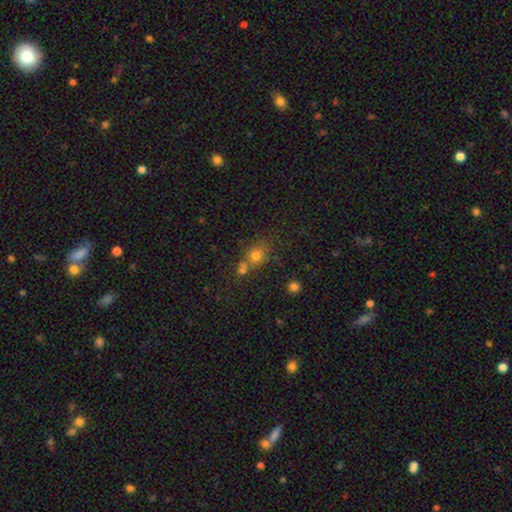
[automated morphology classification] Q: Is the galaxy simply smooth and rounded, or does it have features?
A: smooth — 70%.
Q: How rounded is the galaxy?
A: round — 73%.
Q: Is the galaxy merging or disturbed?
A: none — 47%.